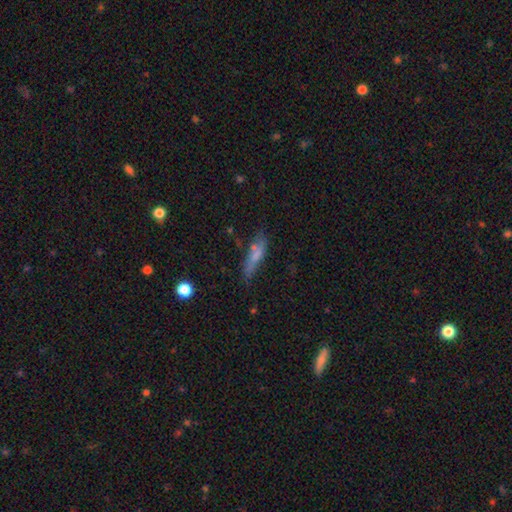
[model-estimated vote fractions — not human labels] smooth-or-featured: smooth: 58% | featured or disk: 32% | star or artifact: 10%
  how-rounded: cigar-shaped: 75% | in between: 23% | round: 3%
  merging: none: 61% | minor disturbance: 25% | major disturbance: 9% | merger: 5%